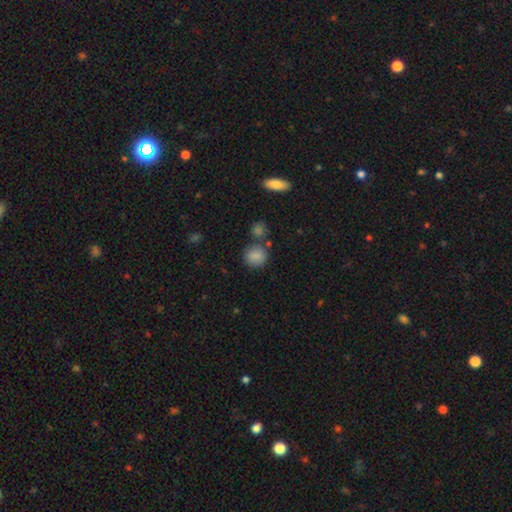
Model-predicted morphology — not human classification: A smooth galaxy with no disk features (85%) that is round (77%). Merging: none (70%).